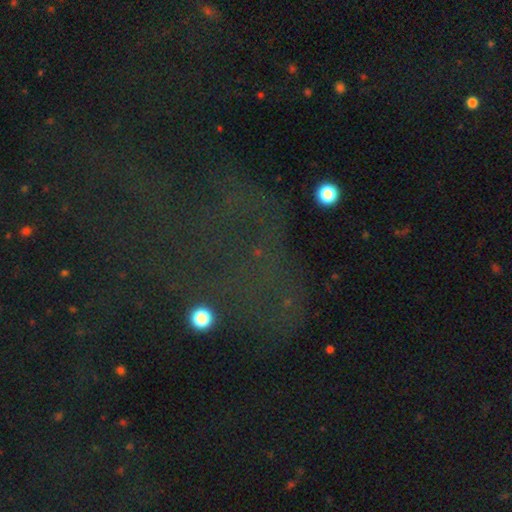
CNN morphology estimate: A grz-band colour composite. It shows a star or artifact, not a galaxy (64%).